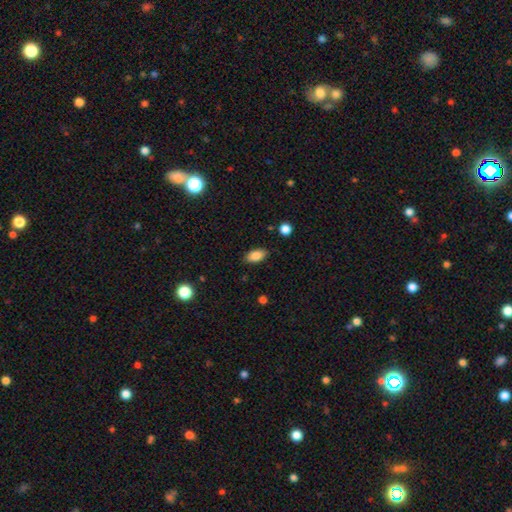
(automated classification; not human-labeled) The model was most divided on "merging": none: 84%, minor disturbance: 12%, major disturbance: 3%, merger: 2%. More confident: how rounded — in between (91%); smooth or featured — smooth (85%).